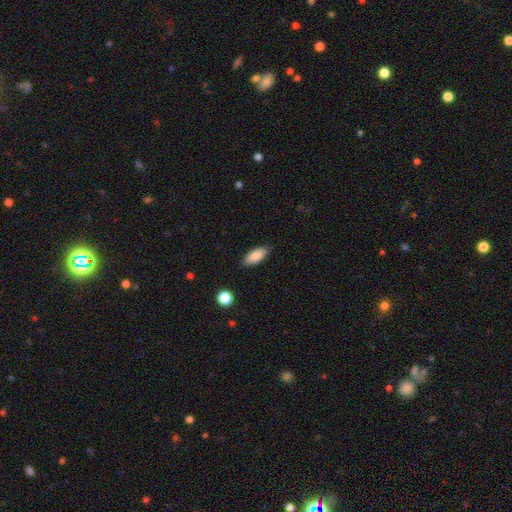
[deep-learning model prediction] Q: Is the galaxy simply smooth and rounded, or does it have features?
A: smooth — 86%.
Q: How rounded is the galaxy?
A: in between — 84%.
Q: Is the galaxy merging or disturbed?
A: none — 86%.